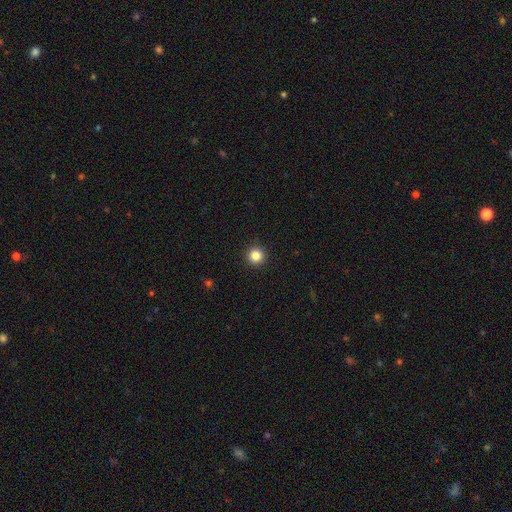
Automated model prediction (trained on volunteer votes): Overall: smooth (84%). How rounded: round (96%). Merging: none (93%).